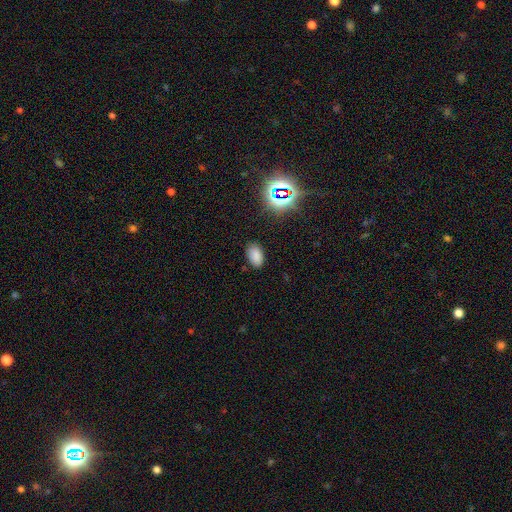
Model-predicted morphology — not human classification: This appears to be a smooth galaxy with no disk features (78%) that is in between round and cigar-shaped (92%). Merging: none (84%).